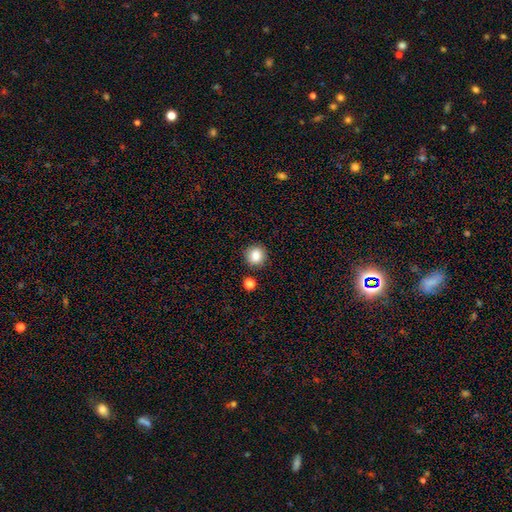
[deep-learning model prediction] A smooth galaxy with no disk features (84%) that is round (90%).

Vote fractions:
- Smooth or featured? smooth: 84% / star or artifact: 10% / featured or disk: 5%
- How rounded? round: 90% / in between: 9% / cigar-shaped: 1%
- Merging? none: 87% / minor disturbance: 8% / merger: 3% / major disturbance: 2%